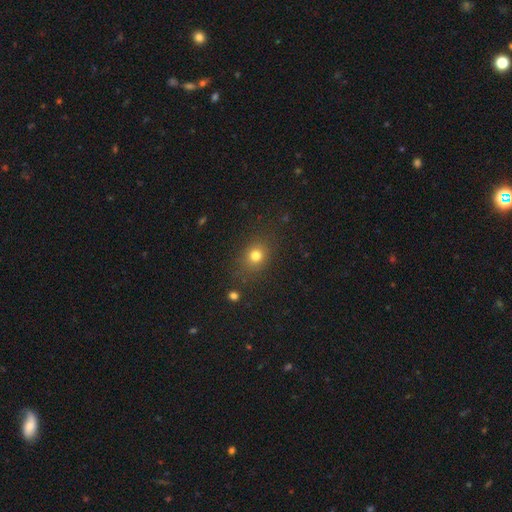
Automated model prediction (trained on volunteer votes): Smooth or featured: smooth — 77% (star or artifact — 16%)
How rounded: round — 65% (in between — 33%)
Merging: none — 82% (minor disturbance — 12%)